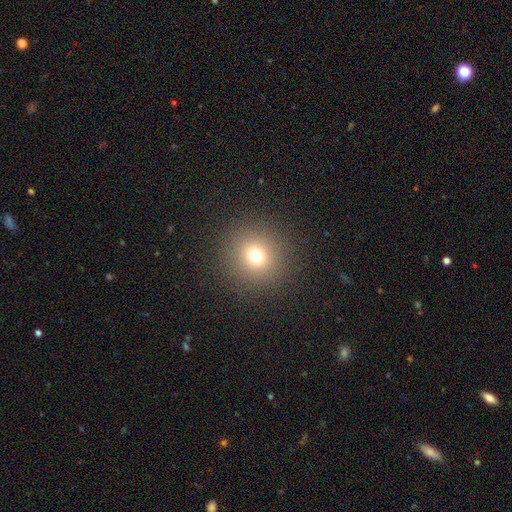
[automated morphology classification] A smooth galaxy with no disk features (71%) that is round (93%). Merging: none (90%).